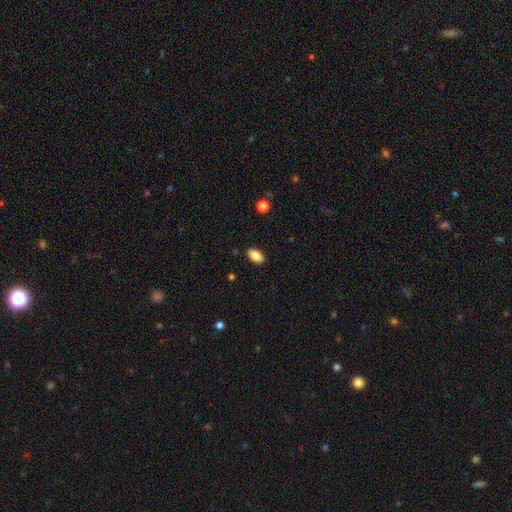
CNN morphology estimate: smooth-or-featured: smooth: 85% | star or artifact: 8% | featured or disk: 7%
  how-rounded: in between: 92% | round: 4% | cigar-shaped: 3%
  merging: none: 89% | minor disturbance: 8% | major disturbance: 2% | merger: 1%